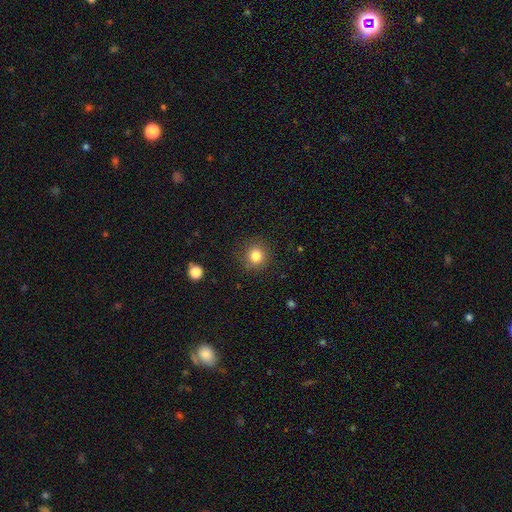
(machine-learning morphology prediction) A smooth galaxy with no disk features (82%) that is round (92%).

Vote fractions:
- Smooth or featured? smooth: 82% / star or artifact: 12% / featured or disk: 6%
- How rounded? round: 92% / in between: 7% / cigar-shaped: 1%
- Merging? none: 87% / minor disturbance: 9% / major disturbance: 3% / merger: 1%